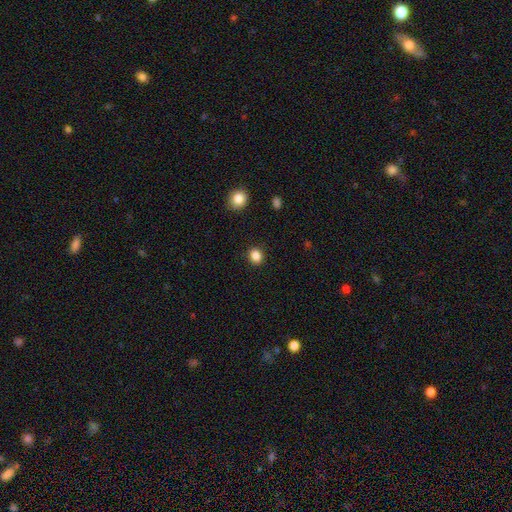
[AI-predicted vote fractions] Morphology: type=smooth (85%); roundness=round (69%); merging=none (89%).